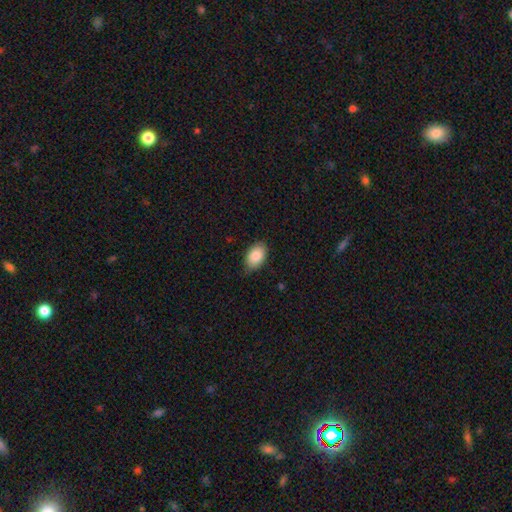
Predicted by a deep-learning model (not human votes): This appears to be a smooth galaxy with no disk features (85%) that is in between round and cigar-shaped (89%). Merging: none (75%).